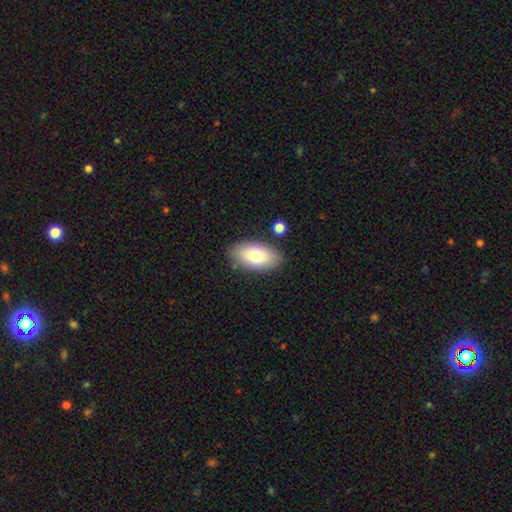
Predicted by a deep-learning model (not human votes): This appears to be a smooth galaxy with no disk features (79%) that is in between round and cigar-shaped (94%). Merging: none (82%).